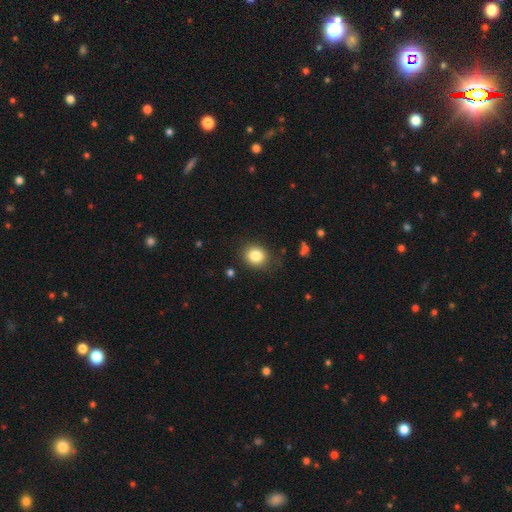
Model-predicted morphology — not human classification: smooth-or-featured: smooth: 83% | star or artifact: 10% | featured or disk: 7%
  how-rounded: round: 72% | in between: 27% | cigar-shaped: 1%
  merging: none: 84% | minor disturbance: 11% | major disturbance: 3% | merger: 2%